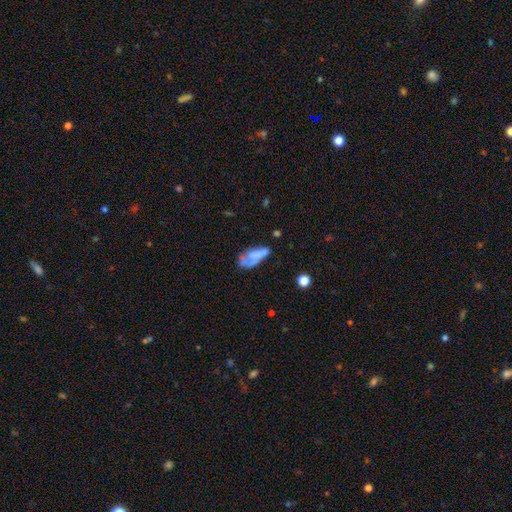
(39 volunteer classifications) A smooth galaxy with no disk features (67%) that is in between round and cigar-shaped (92%). Merging: none (37%).